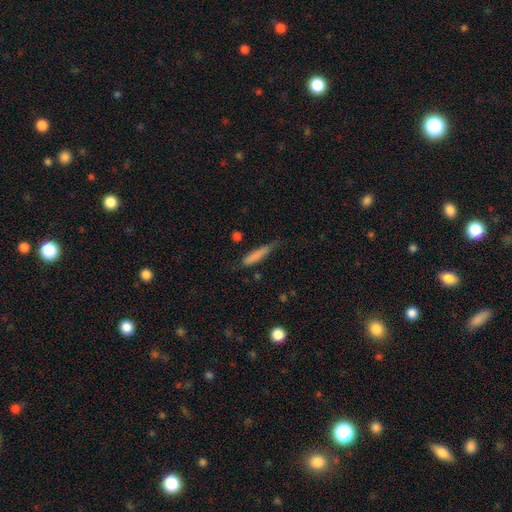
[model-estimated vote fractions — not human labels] A smooth galaxy with no disk features (78%) that is cigar-shaped (86%). Merging: none (56%).